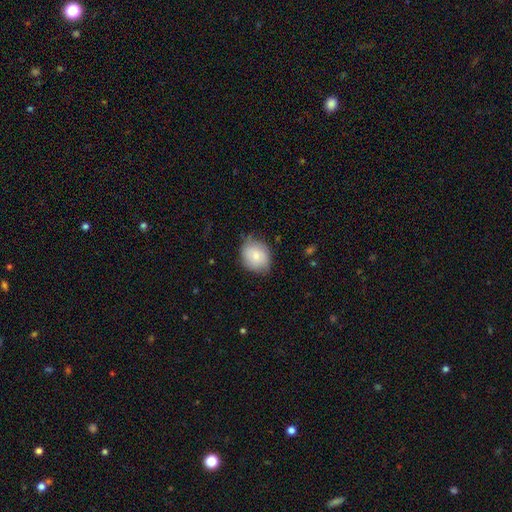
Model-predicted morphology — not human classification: This is likely a smooth galaxy (76%). How rounded: possibly round (56%). Merging: likely none (69%).